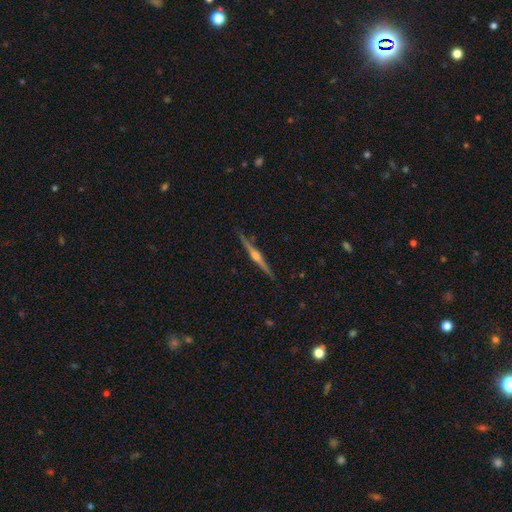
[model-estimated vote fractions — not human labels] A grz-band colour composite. It shows a featured or disk galaxy (82%) viewed edge-on (98%) with a rounded central bulge (88%). Merging: none (89%).